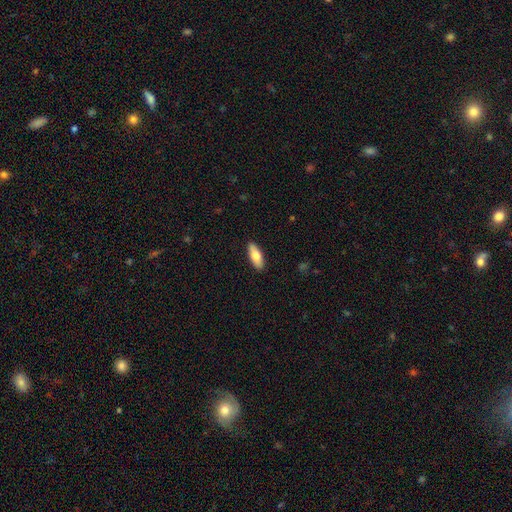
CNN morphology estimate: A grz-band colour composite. It shows a smooth galaxy with no disk features (74%) that is in between round and cigar-shaped (69%). Merging: none (89%).